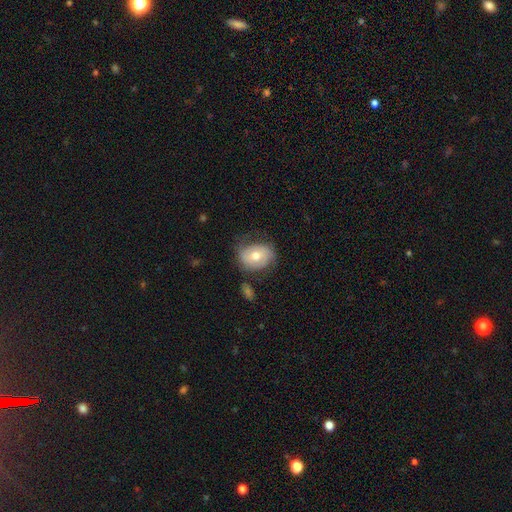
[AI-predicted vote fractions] A smooth galaxy with no disk features (53%) that is in between round and cigar-shaped (59%). Merging: none (58%).